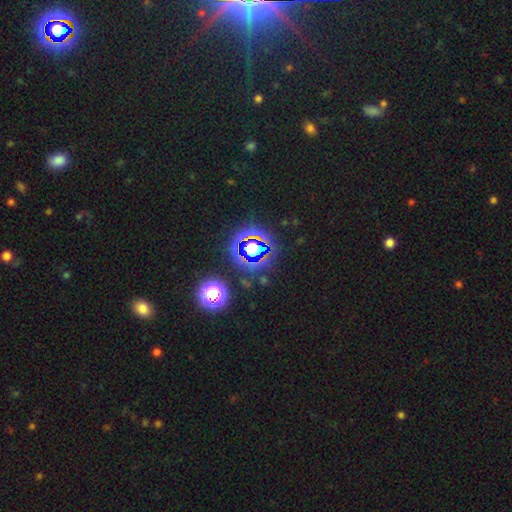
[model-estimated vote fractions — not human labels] The model was most divided on "smooth or featured": star or artifact: 77%, smooth: 16%, featured or disk: 7%.